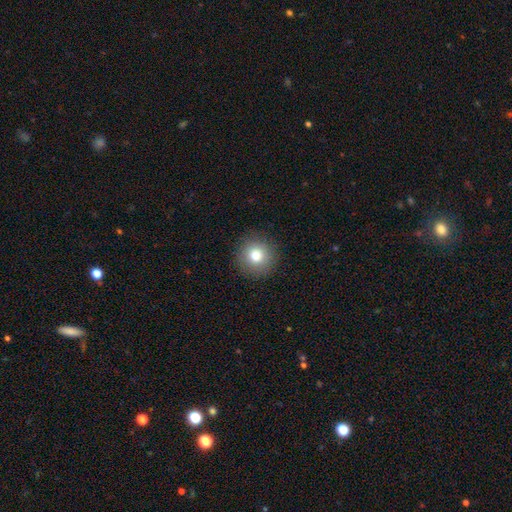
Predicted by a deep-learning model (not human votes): The model was most divided on "smooth or featured": smooth: 78%, star or artifact: 11%, featured or disk: 10%. More confident: how rounded — round (94%); merging — none (91%).